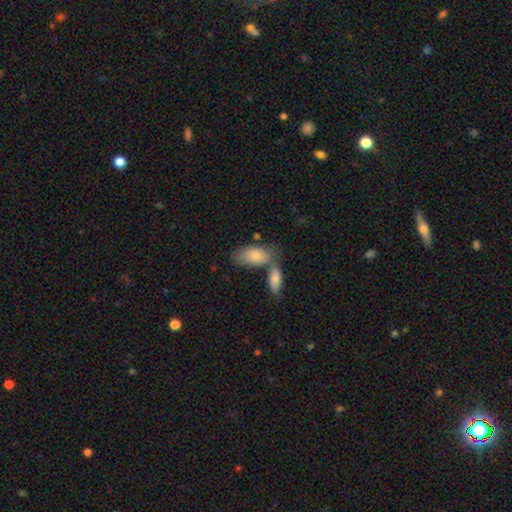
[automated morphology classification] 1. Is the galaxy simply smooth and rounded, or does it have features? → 81% smooth, 13% featured or disk, 6% star or artifact.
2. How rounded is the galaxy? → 91% in between, 6% cigar-shaped, 3% round.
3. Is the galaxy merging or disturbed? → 42% none, 38% merger, 15% minor disturbance, 5% major disturbance.